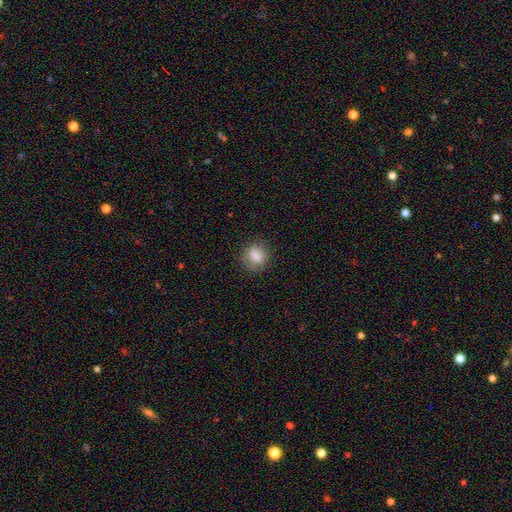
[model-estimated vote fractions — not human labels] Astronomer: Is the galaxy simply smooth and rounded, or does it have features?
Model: smooth — 84%.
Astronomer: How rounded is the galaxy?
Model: round — 69%.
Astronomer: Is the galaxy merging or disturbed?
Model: none — 81%.